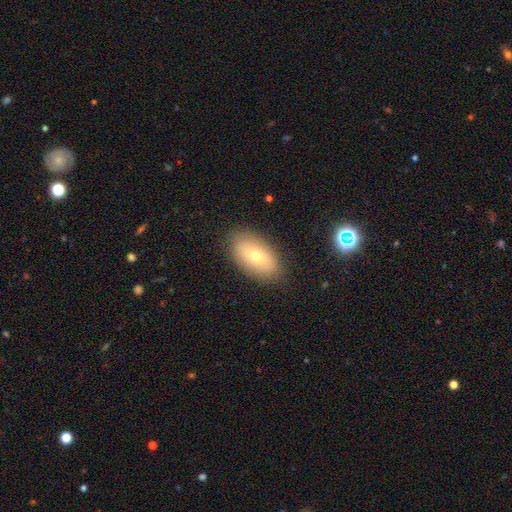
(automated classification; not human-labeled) smooth_or_featured: smooth (p=0.64) [alt: featured or disk p=0.27]
how_rounded: in between (p=0.92) [alt: round p=0.06]
merging: none (p=0.86) [alt: minor disturbance p=0.10]